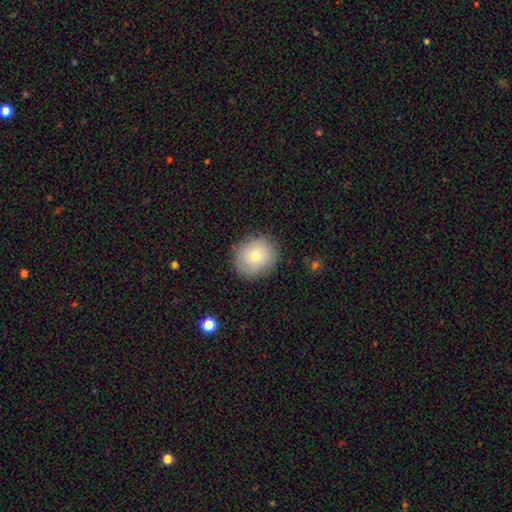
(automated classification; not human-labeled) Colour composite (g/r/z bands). It shows a smooth galaxy with no disk features (76%) that is round (79%). Merging: none (85%).